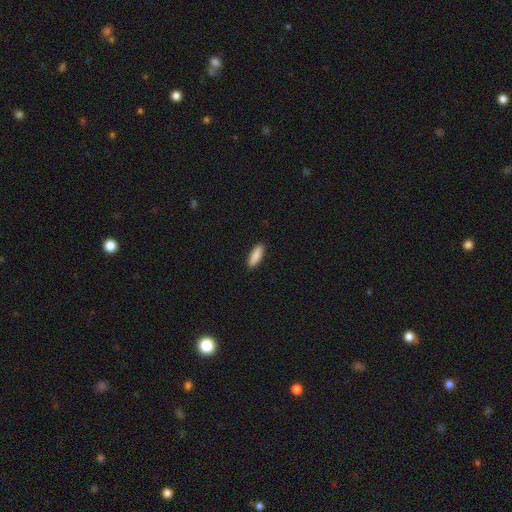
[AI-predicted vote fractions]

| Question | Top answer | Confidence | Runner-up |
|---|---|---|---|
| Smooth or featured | smooth | 89% | star or artifact (6%) |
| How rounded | in between | 52% | cigar-shaped (46%) |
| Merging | none | 90% | minor disturbance (7%) |